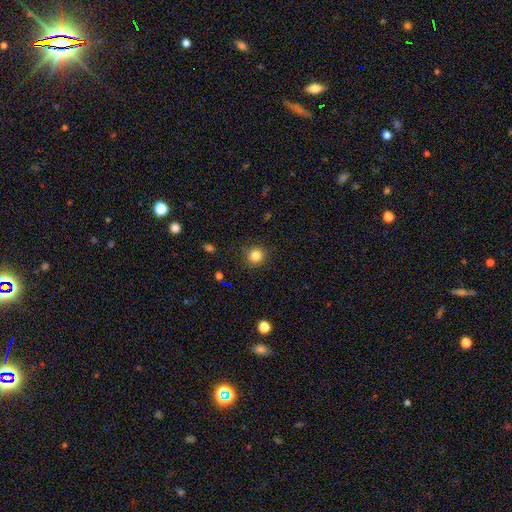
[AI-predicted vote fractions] Overall: smooth (83%). How rounded: round (89%). Merging: none (87%).